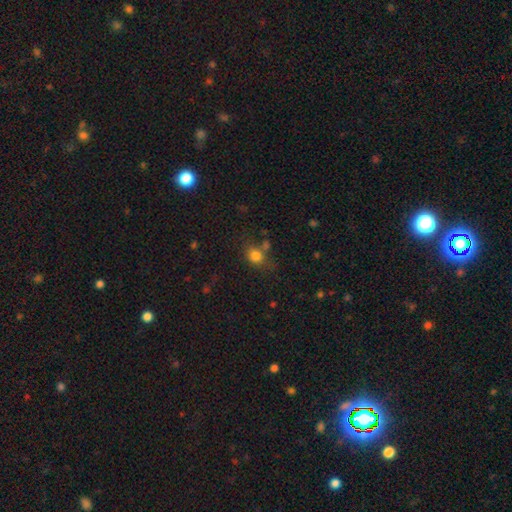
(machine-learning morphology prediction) This is likely a smooth galaxy (79%). How rounded: possibly round (56%). Merging: likely none (61%).